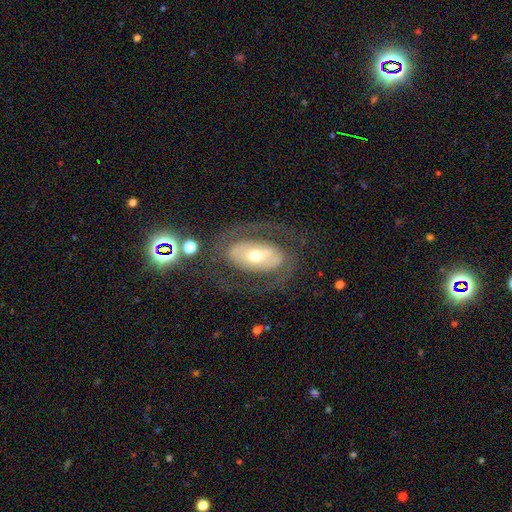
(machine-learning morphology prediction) Q: Smooth or featured?
A: featured or disk (70%); runner-up: smooth (21%)
Q: Edge-on disk?
A: no (92%); runner-up: yes (8%)
Q: Bar?
A: no (43%); runner-up: strong (32%)
Q: Spiral arms?
A: no (51%); runner-up: yes (49%)
Q: Bulge size?
A: moderate (59%); runner-up: small (32%)
Q: Merging?
A: none (68%); runner-up: major disturbance (16%)